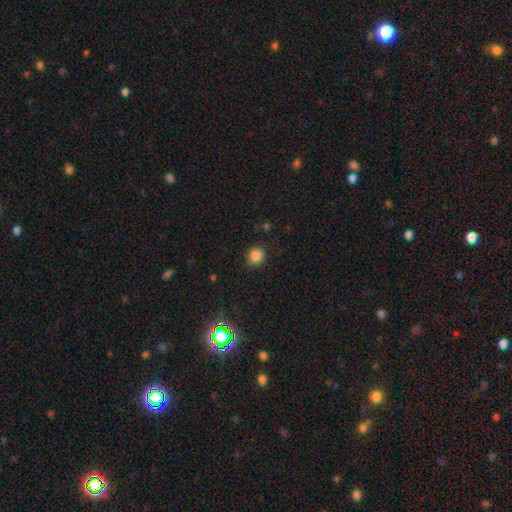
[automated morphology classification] A smooth galaxy with no disk features (83%) that is round (83%). Merging: none (86%).